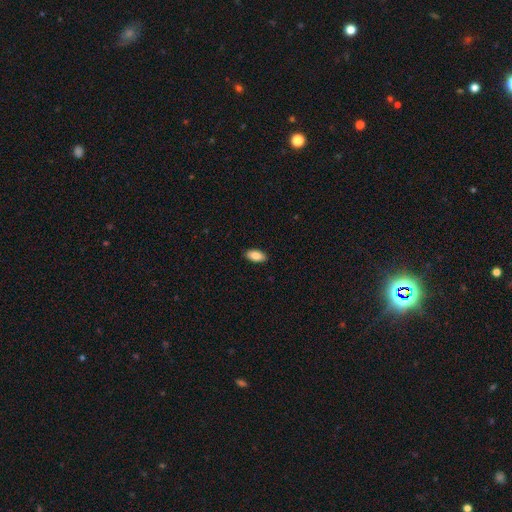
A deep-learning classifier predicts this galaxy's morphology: Smooth or featured?
  - smooth: 86% *
  - featured or disk: 7%
  - star or artifact: 6%
How rounded?
  - in between: 91% *
  - cigar-shaped: 6%
  - round: 2%
Merging?
  - none: 90% *
  - minor disturbance: 8%
  - major disturbance: 2%
  - merger: 1%